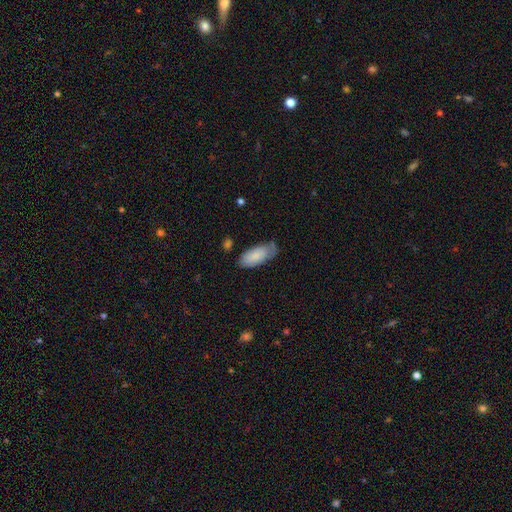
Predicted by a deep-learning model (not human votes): Q: Smooth or featured?
A: smooth (82%); runner-up: featured or disk (12%)
Q: How rounded?
A: in between (88%); runner-up: cigar-shaped (10%)
Q: Merging?
A: none (58%); runner-up: minor disturbance (31%)